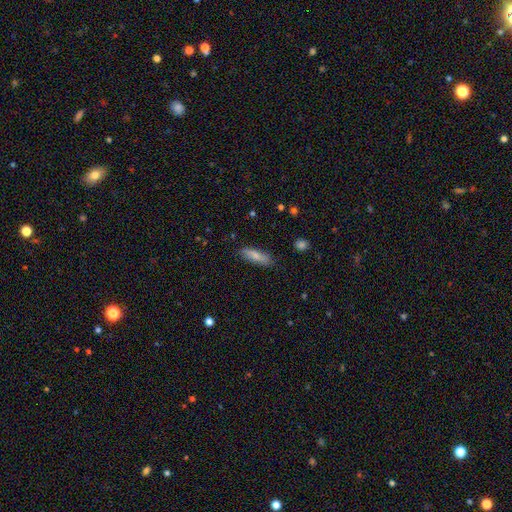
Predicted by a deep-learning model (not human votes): A smooth galaxy with no disk features (77%) that is cigar-shaped (52%). Merging: none (83%).